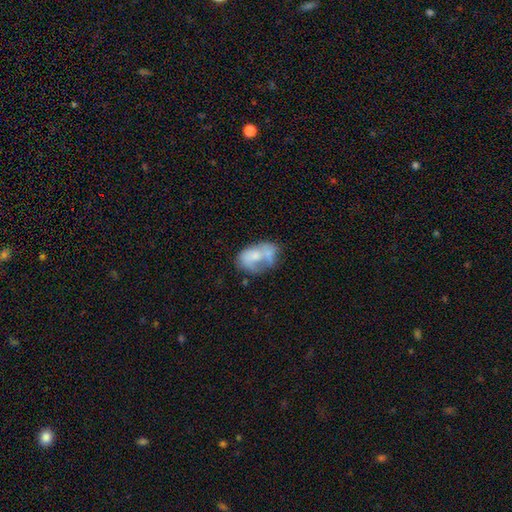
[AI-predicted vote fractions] The model was most divided on "smooth or featured": smooth: 50%, featured or disk: 42%, star or artifact: 9%. Remaining: merging — merger (37%).